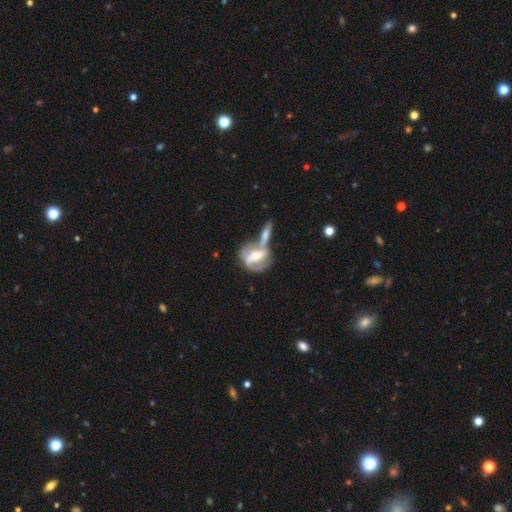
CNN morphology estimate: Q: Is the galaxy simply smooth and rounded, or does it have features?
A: featured or disk — 77%.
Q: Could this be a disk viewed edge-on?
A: no — 94%.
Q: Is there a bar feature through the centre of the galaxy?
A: weak — 39%.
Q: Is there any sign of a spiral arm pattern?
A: yes — 85%.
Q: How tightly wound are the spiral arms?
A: medium — 45%.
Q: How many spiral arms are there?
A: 2 — 71%.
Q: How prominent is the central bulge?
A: moderate — 57%.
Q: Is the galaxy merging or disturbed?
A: merger — 48%.